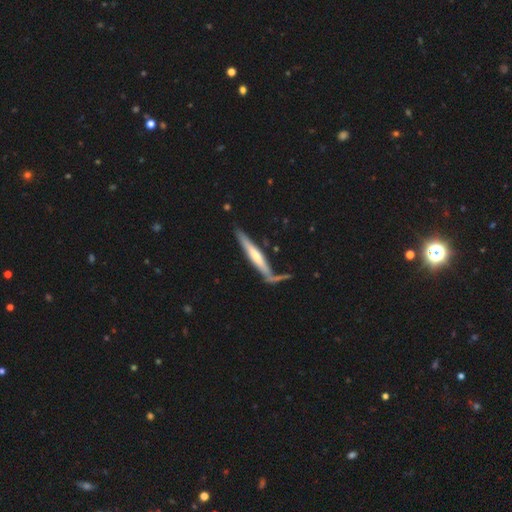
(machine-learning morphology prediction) Smooth or featured? featured or disk (62%)
Edge-on disk? yes (91%)
Edge-on bulge? rounded (57%)
Merging? none (62%)